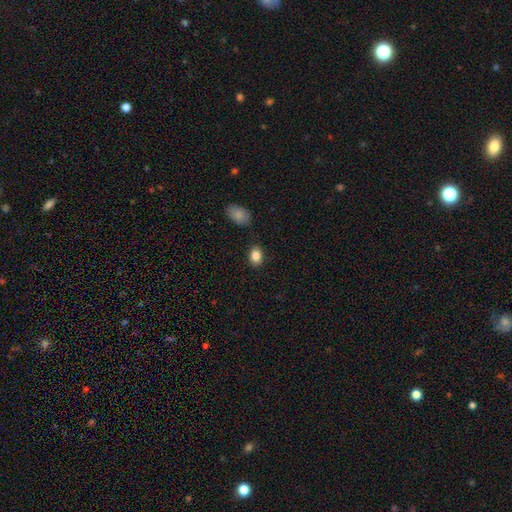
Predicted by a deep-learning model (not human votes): A smooth galaxy with no disk features (86%) that is in between round and cigar-shaped (70%). Merging: none (84%).